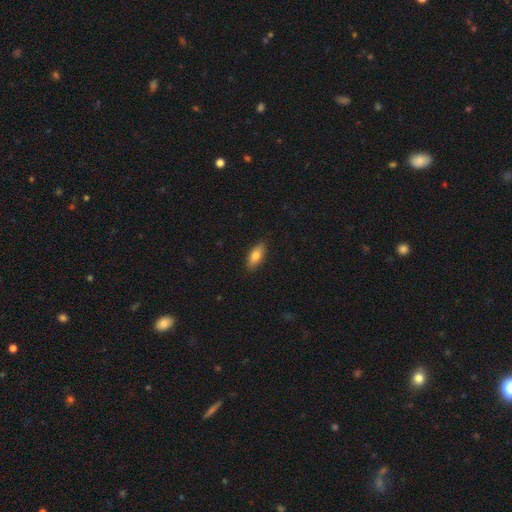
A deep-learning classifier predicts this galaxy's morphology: Overall: smooth (78%). How rounded: in between (78%). Merging: none (88%).